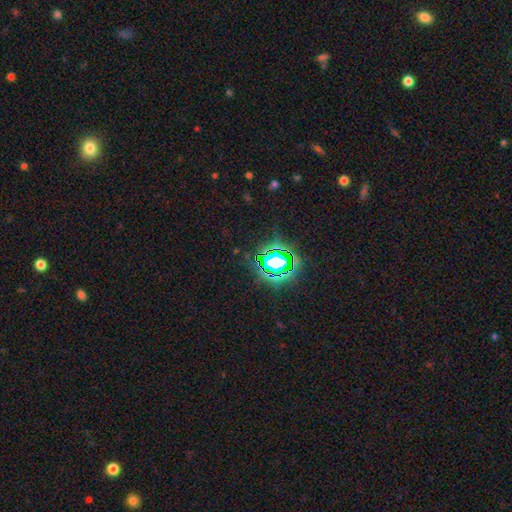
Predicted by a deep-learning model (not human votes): star or artifact 80%, smooth 14%, featured or disk 6%.